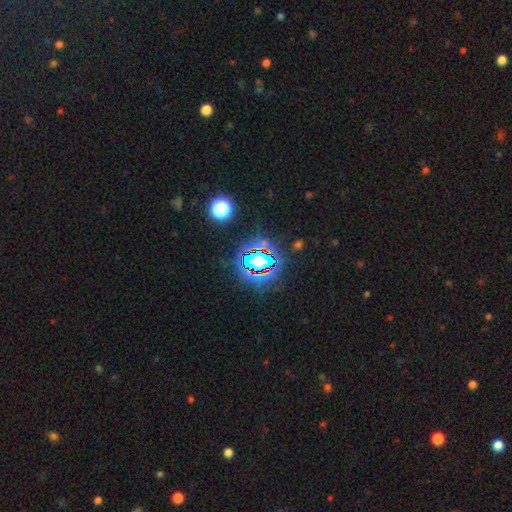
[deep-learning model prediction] The model was most divided on "smooth or featured": star or artifact: 79%, smooth: 14%, featured or disk: 8%.